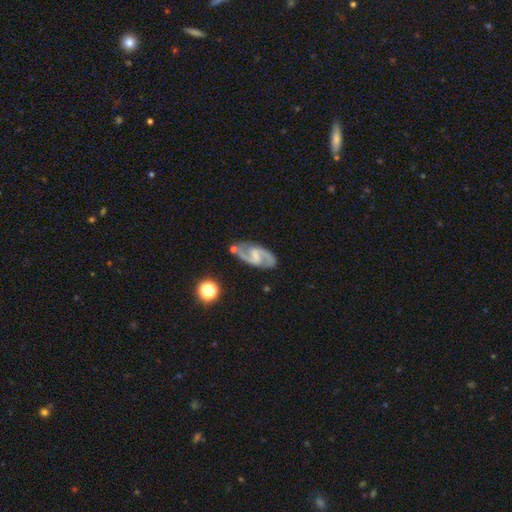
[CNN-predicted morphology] Overall: featured or disk (87%). Edge-on disk: no (96%). Bar: weak (50%; strong 33%). Spiral arms: yes (96%). Spiral arm count: 2 (93%). Spiral winding: medium (58%; loose 27%). Bulge size: small (40%; none 38%). Merging: none (78%).